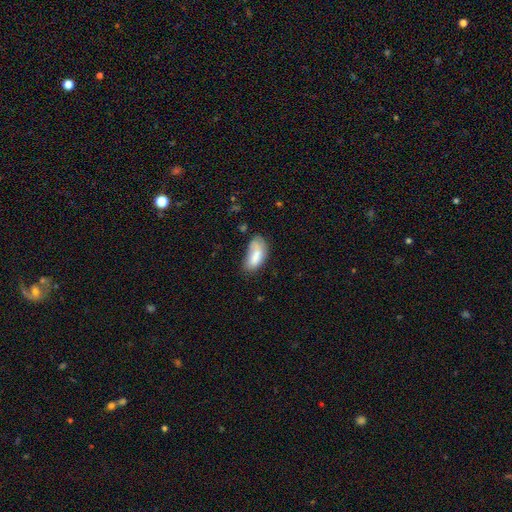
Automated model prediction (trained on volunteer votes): The model was most divided on "merging": none: 47%, minor disturbance: 34%, major disturbance: 13%, merger: 5%. More confident: how rounded — in between (91%); smooth or featured — smooth (79%).